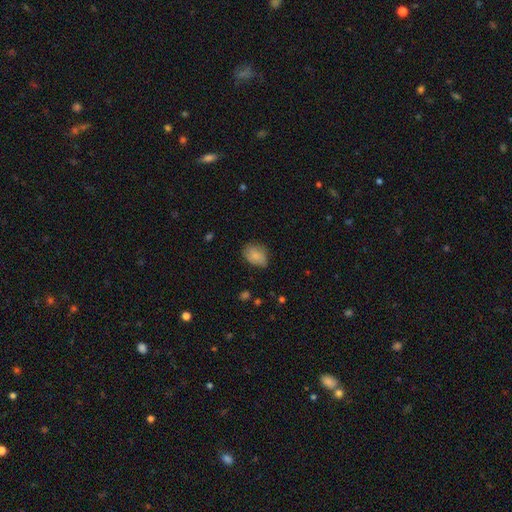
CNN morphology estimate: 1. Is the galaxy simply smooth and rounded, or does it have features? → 82% smooth, 10% featured or disk, 8% star or artifact.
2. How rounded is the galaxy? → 76% in between, 22% round, 1% cigar-shaped.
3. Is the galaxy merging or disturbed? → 68% none, 25% minor disturbance, 6% major disturbance, 1% merger.